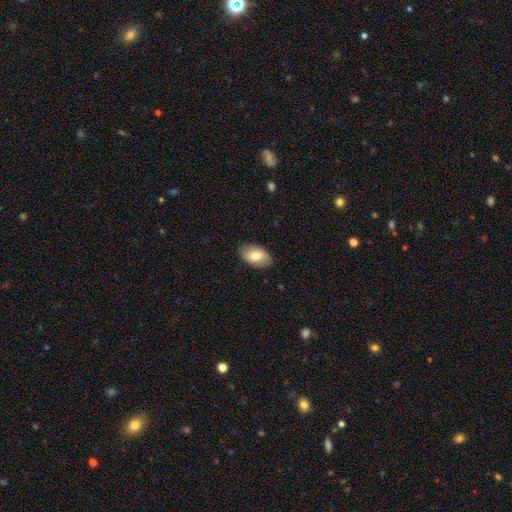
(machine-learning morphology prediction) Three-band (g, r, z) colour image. It shows a smooth galaxy with no disk features (78%) that is in between round and cigar-shaped (90%). Merging: none (86%).